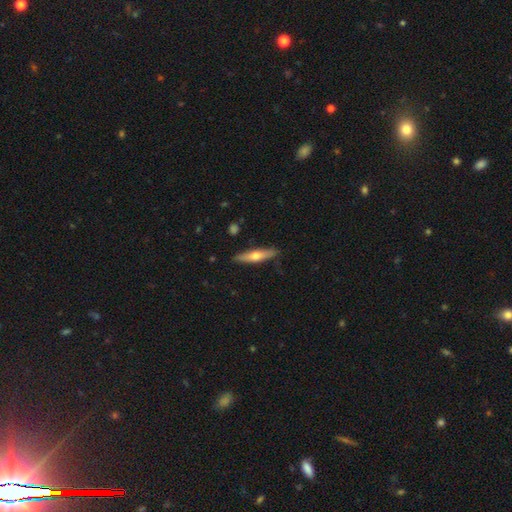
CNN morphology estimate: Smooth or featured? Predicted: smooth (p=0.49). Merging? Predicted: none (p=0.88).